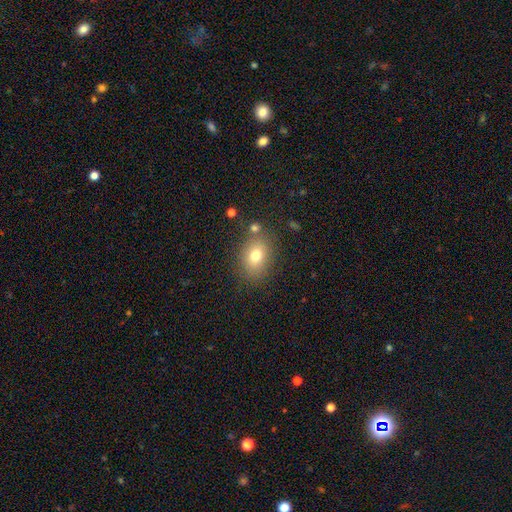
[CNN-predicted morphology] Smooth or featured? smooth (75%)
How rounded? in between (71%)
Merging? none (76%)